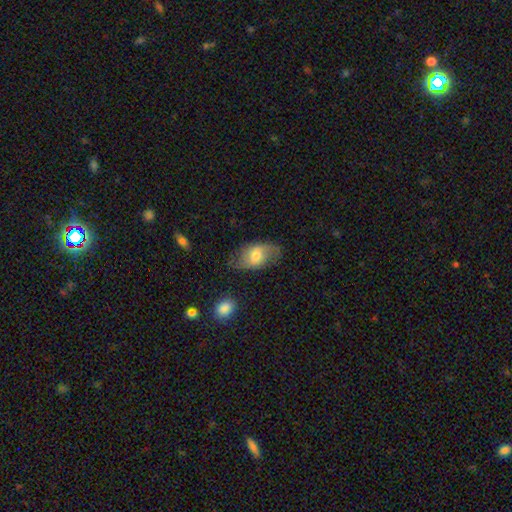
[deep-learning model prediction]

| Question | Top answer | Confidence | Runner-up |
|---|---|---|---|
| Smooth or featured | smooth | 50% | featured or disk (43%) |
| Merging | none | 62% | minor disturbance (26%) |